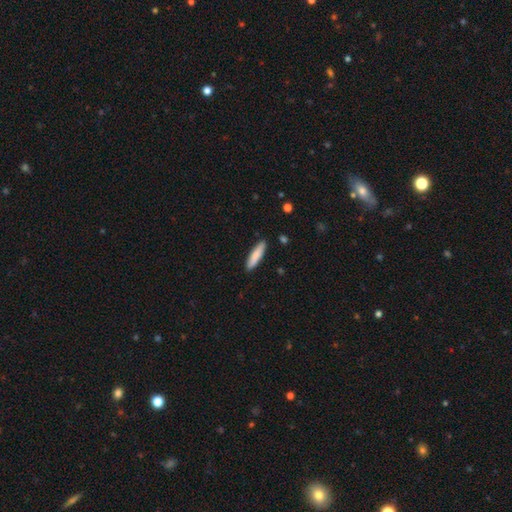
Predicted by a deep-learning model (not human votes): Overall: smooth (83%). How rounded: cigar-shaped (79%). Merging: none (89%).